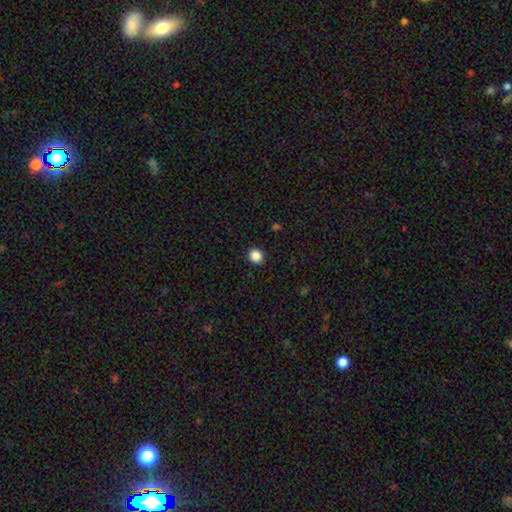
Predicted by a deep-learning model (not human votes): smooth_or_featured: smooth (p=0.87) [alt: star or artifact p=0.10]
how_rounded: round (p=0.89) [alt: in between p=0.10]
merging: none (p=0.92) [alt: minor disturbance p=0.05]